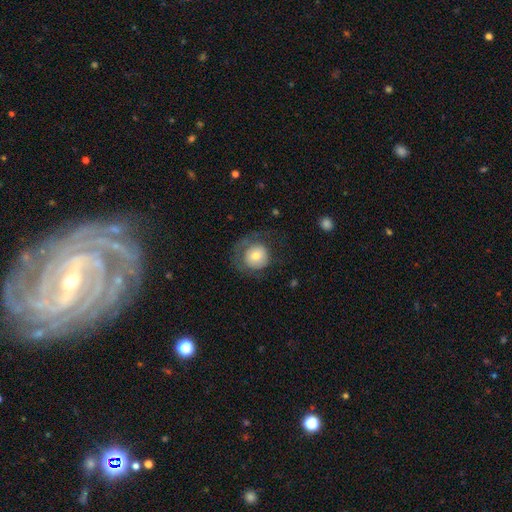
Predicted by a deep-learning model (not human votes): smooth 64%, featured or disk 28%, star or artifact 8%. Down the decision tree: how rounded — round (86%); merging — none (53%).